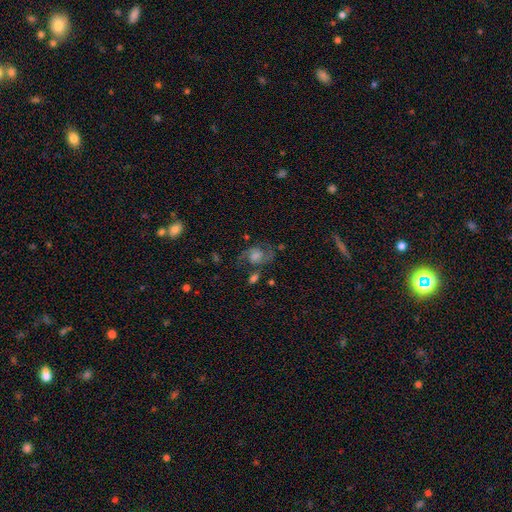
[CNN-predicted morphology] A featured or disk galaxy (73%) with no bar (60%), 2 (90%) medium (51%) spiral arms (93%) and a moderate central bulge (37%). Merging: none (68%).